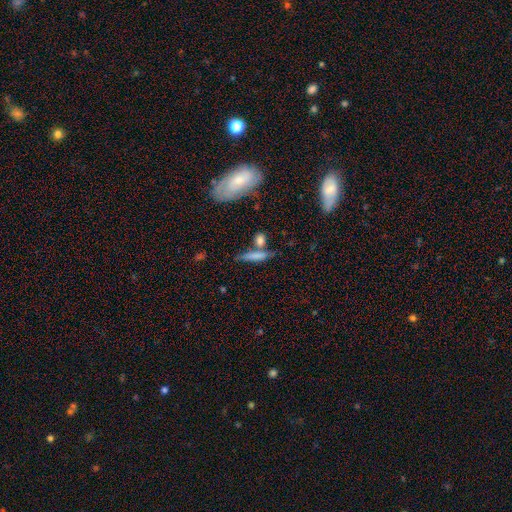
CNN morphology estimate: Smooth or featured? smooth (71%)
How rounded? cigar-shaped (74%)
Merging? none (55%)